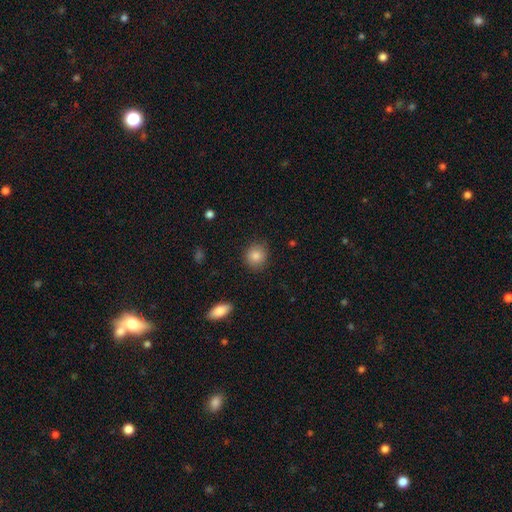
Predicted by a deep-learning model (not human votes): A smooth galaxy with no disk features (85%) that is round (81%). Merging: none (87%).